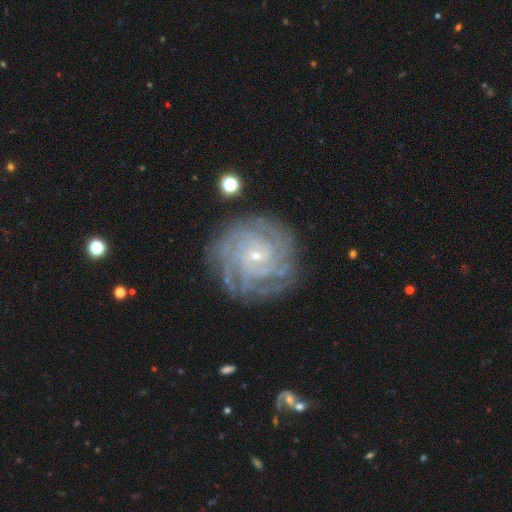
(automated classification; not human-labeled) featured or disk 89%, star or artifact 6%, smooth 6%. Down the decision tree: edge-on disk — no (98%); bar — no (69%); spiral arms — yes (98%); spiral arm count — 4 (26%); spiral winding — tight (80%); bulge size — small (86%); merging — none (82%).